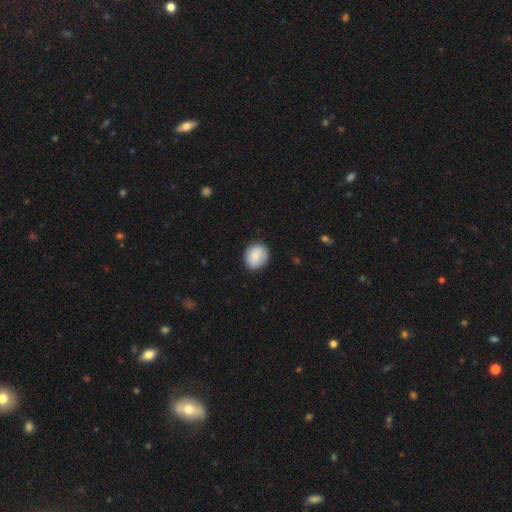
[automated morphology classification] smooth_or_featured: smooth (p=0.85) [alt: featured or disk p=0.08]
how_rounded: round (p=0.64) [alt: in between p=0.35]
merging: none (p=0.83) [alt: minor disturbance p=0.13]